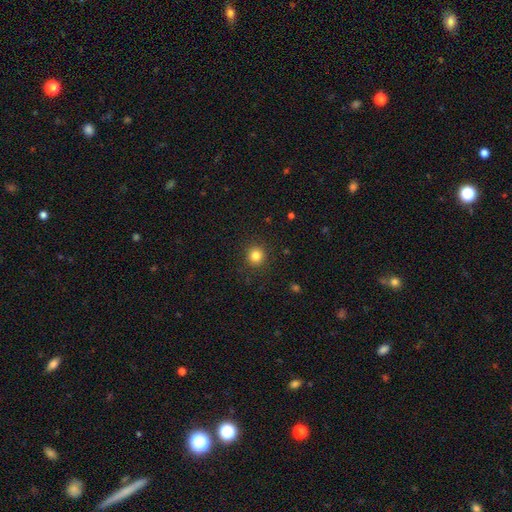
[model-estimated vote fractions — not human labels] This is clearly a smooth galaxy (83%). How rounded: clearly round (93%). Merging: clearly none (90%).